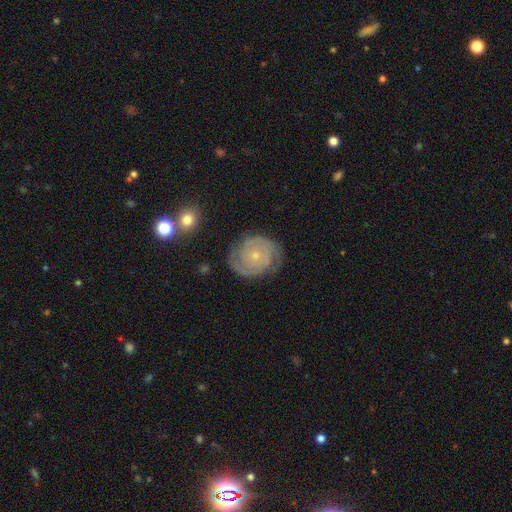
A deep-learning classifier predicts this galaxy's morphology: Smooth or featured: featured or disk — 84% (smooth — 10%)
Edge-on disk: no — 98% (yes — 2%)
Bar: no — 81% (weak — 16%)
Spiral arms: yes — 95% (no — 5%)
Spiral winding: tight — 70% (medium — 24%)
Spiral arm count: 2 — 70% (can't tell — 12%)
Bulge size: small — 80% (moderate — 15%)
Merging: none — 79% (minor disturbance — 14%)